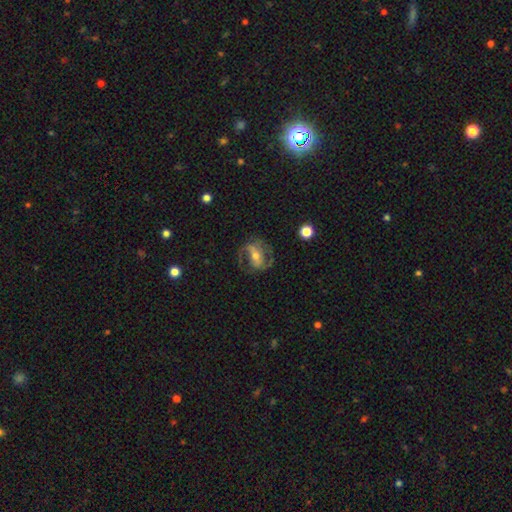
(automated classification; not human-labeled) Morphology: type=featured or disk (82%); edge-on=no (96%); bar=strong (42%); spiral arms=yes (92%); winding=medium (53%); arm count=2 (85%); bulge=moderate (59%); merging=none (68%).